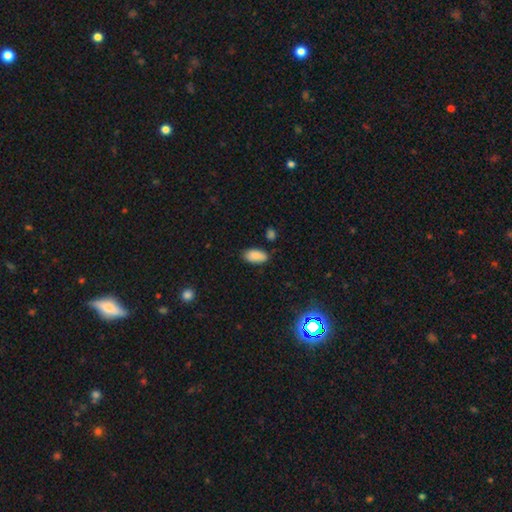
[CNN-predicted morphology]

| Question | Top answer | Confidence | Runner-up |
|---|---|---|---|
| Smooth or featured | smooth | 88% | star or artifact (8%) |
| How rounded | in between | 94% | cigar-shaped (4%) |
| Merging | none | 81% | minor disturbance (13%) |